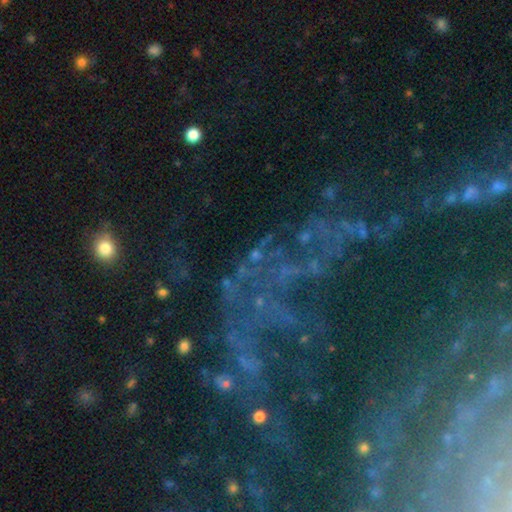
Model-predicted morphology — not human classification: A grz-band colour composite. It shows a star or artifact, not a galaxy (48%).